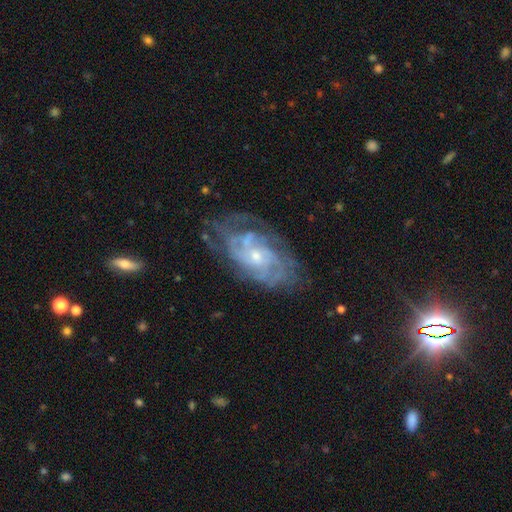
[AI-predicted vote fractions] A featured or disk galaxy (85%) with no bar (72%), tight (63%) spiral arms (92%) and a small central bulge (63%).

Vote fractions:
- Smooth or featured? featured or disk: 85% / smooth: 9% / star or artifact: 6%
- Edge-on disk? no: 95% / yes: 5%
- Bar? no: 72% / weak: 23% / strong: 4%
- Spiral arms? yes: 92% / no: 8%
- Spiral winding? tight: 63% / medium: 29% / loose: 7%
- Spiral arm count? can't tell: 44% / 2: 16% / 3: 15% / 4: 14% / more than 4: 7% / 1: 5%
- Bulge size? small: 63% / moderate: 33% / none: 2% / large: 2% / dominant: 1%
- Merging? none: 66% / minor disturbance: 21% / major disturbance: 11% / merger: 2%